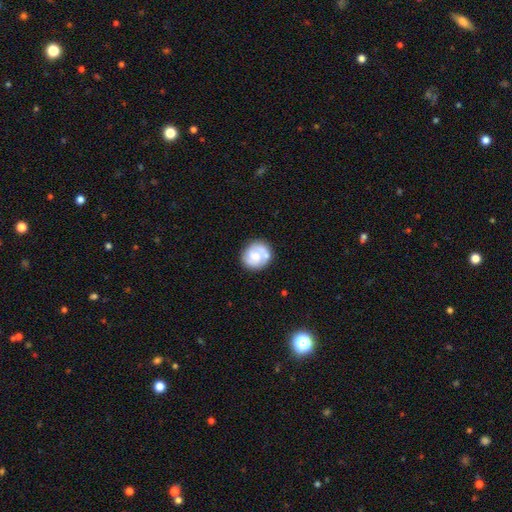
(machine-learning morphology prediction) Q: Smooth or featured?
A: featured or disk (48%); runner-up: smooth (45%)
Q: Merging?
A: none (68%); runner-up: minor disturbance (18%)